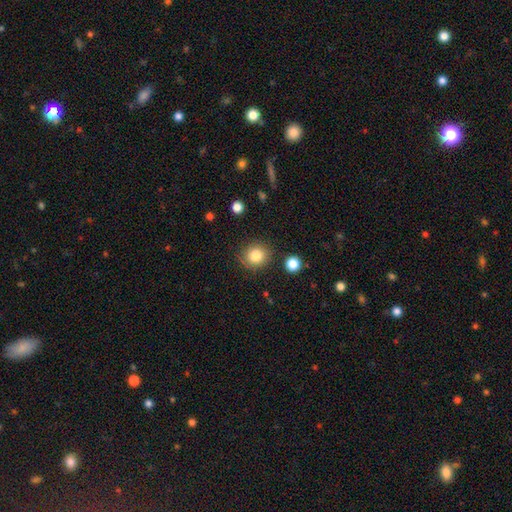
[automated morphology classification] The model was most divided on "smooth or featured": smooth: 83%, star or artifact: 10%, featured or disk: 7%. More confident: how rounded — round (87%); merging — none (85%).